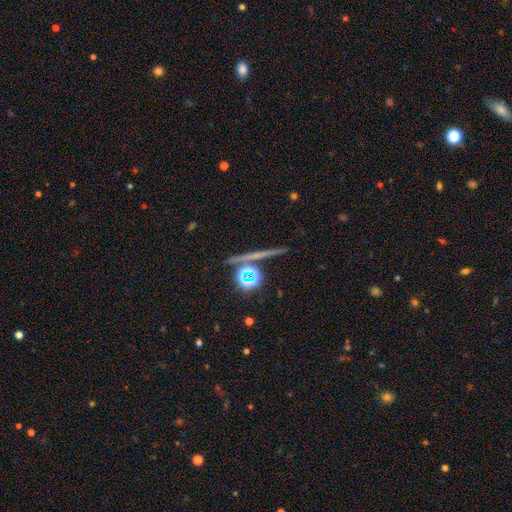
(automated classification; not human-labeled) Smooth or featured: star or artifact — 47% (featured or disk — 27%)